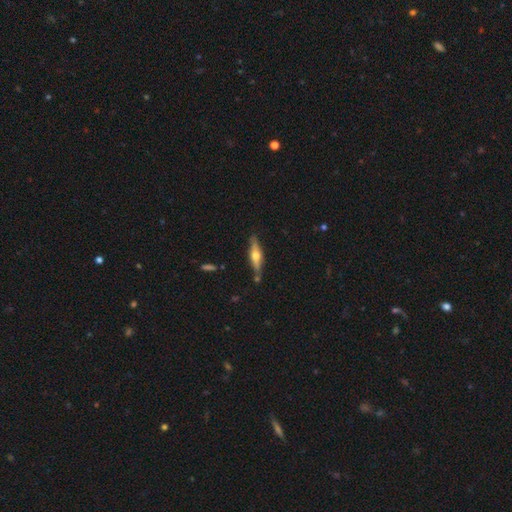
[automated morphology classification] Smooth or featured? Predicted: featured or disk (p=0.62). Edge-on disk? Predicted: yes (p=0.94). Edge-on bulge? Predicted: rounded (p=0.92). Merging? Predicted: none (p=0.81).